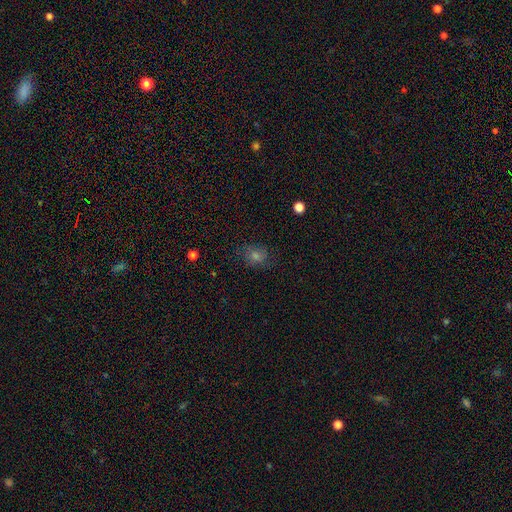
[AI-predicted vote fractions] A smooth galaxy with no disk features (57%) that is round (59%).

Vote fractions:
- Smooth or featured? smooth: 57% / star or artifact: 26% / featured or disk: 17%
- How rounded? round: 59% / in between: 40% / cigar-shaped: 1%
- Merging? none: 78% / minor disturbance: 15% / major disturbance: 6% / merger: 1%